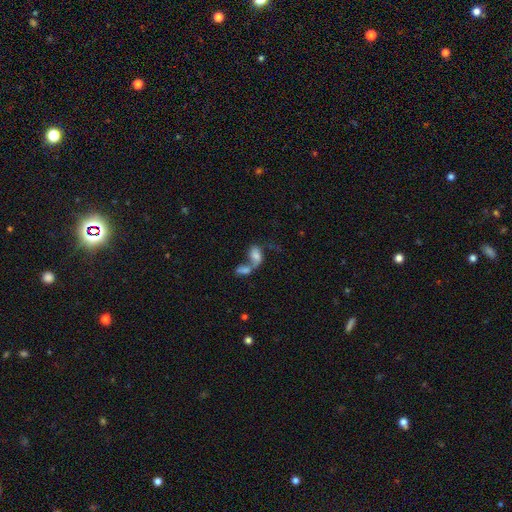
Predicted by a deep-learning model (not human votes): Q: Smooth or featured?
A: smooth (58%); runner-up: featured or disk (31%)
Q: How rounded?
A: in between (84%); runner-up: round (11%)
Q: Merging?
A: merger (74%); runner-up: none (12%)